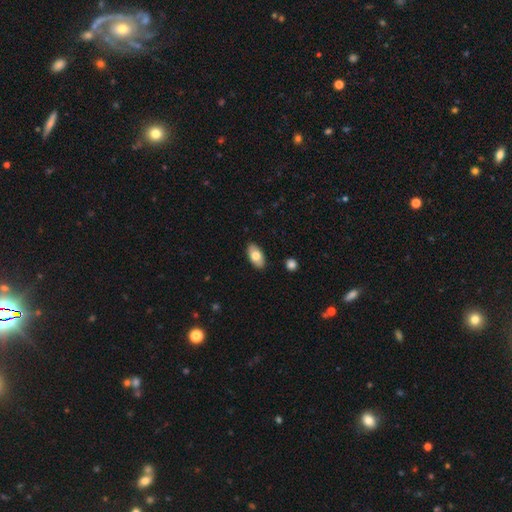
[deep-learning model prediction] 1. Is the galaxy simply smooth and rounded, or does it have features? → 72% smooth, 22% featured or disk, 6% star or artifact.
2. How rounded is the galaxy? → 93% in between, 3% cigar-shaped, 3% round.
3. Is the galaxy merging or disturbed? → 88% none, 9% minor disturbance, 2% major disturbance, 1% merger.